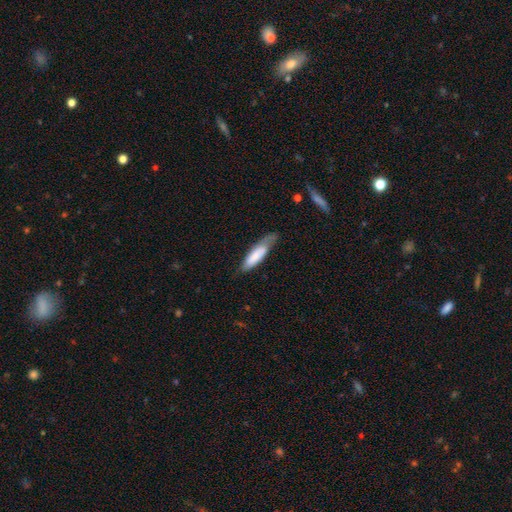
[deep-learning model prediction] The model was most divided on "merging": none: 50%, minor disturbance: 35%, major disturbance: 13%, merger: 2%. More confident: smooth or featured — smooth (74%); how rounded — cigar-shaped (60%).